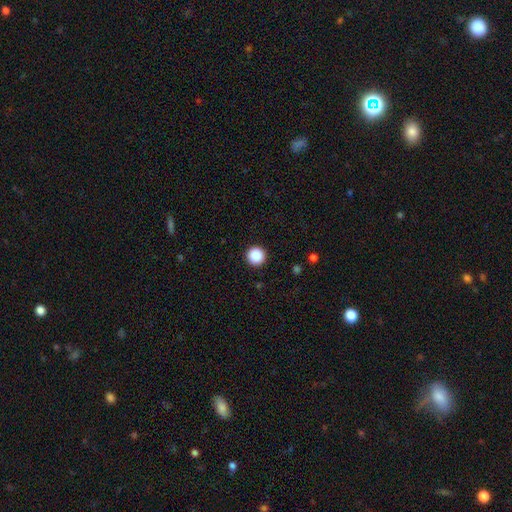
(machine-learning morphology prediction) A smooth galaxy with no disk features (88%) that is round (97%).

Vote fractions:
- Smooth or featured? smooth: 88% / star or artifact: 9% / featured or disk: 2%
- How rounded? round: 97% / in between: 2% / cigar-shaped: 1%
- Merging? none: 93% / minor disturbance: 4% / major disturbance: 2% / merger: 1%